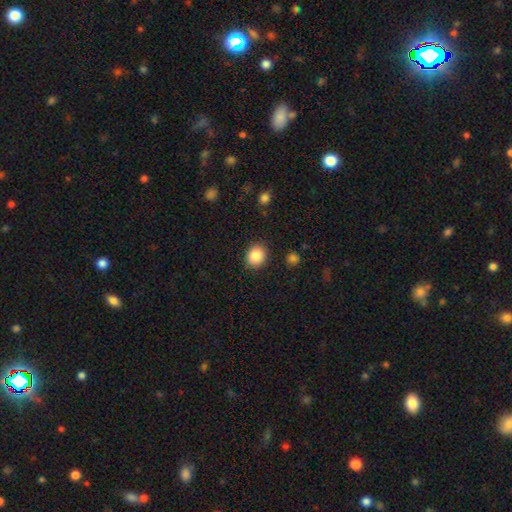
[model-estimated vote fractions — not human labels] This appears to be a smooth galaxy with no disk features (87%) that is round (74%). Merging: none (88%).